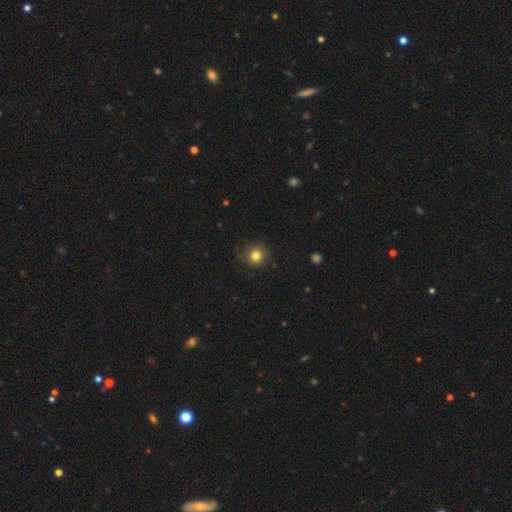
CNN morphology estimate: Q: Smooth or featured?
A: smooth (82%); runner-up: star or artifact (11%)
Q: How rounded?
A: round (92%); runner-up: in between (7%)
Q: Merging?
A: none (81%); runner-up: minor disturbance (13%)